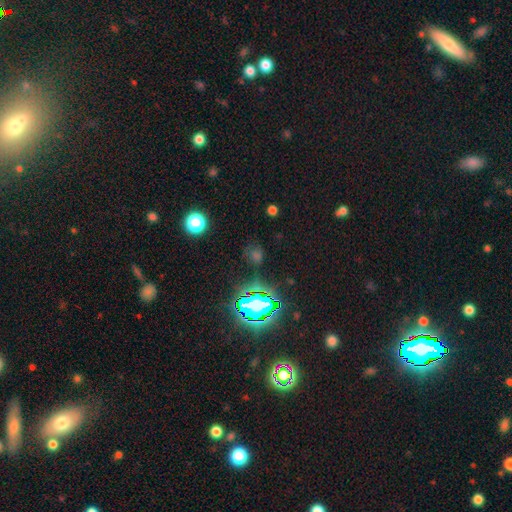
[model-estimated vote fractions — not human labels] Smooth or featured? Predicted: star or artifact (p=0.55).